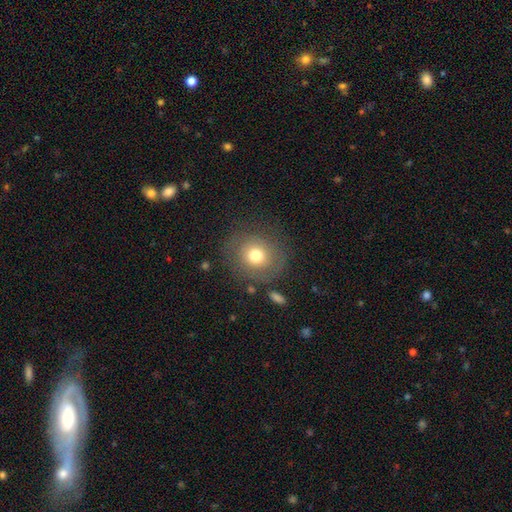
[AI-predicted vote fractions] A smooth galaxy with no disk features (72%) that is round (82%).

Vote fractions:
- Smooth or featured? smooth: 72% / featured or disk: 18% / star or artifact: 11%
- How rounded? round: 82% / in between: 17% / cigar-shaped: 1%
- Merging? none: 79% / minor disturbance: 12% / major disturbance: 6% / merger: 3%